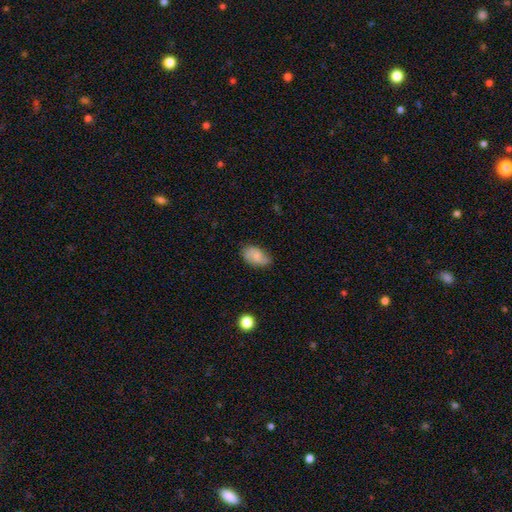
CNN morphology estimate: smooth-or-featured: smooth: 64% | featured or disk: 28% | star or artifact: 8%
  how-rounded: in between: 90% | round: 8% | cigar-shaped: 2%
  merging: none: 70% | minor disturbance: 24% | major disturbance: 5% | merger: 1%